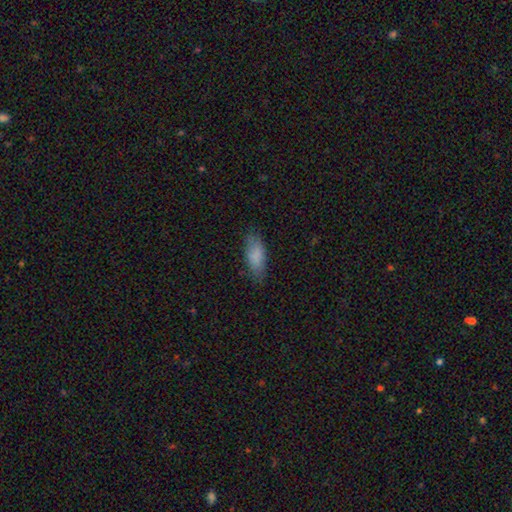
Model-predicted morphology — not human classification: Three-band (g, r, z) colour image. It shows a smooth galaxy with no disk features (85%) that is in between round and cigar-shaped (79%). Merging: none (77%).